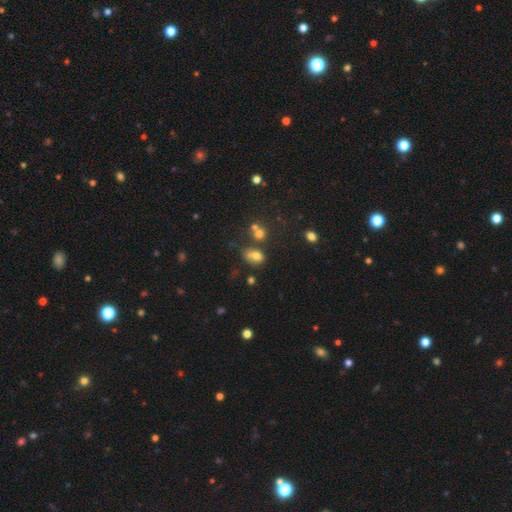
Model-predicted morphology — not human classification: Smooth or featured?
  - smooth: 71% *
  - star or artifact: 15%
  - featured or disk: 14%
How rounded?
  - in between: 67% *
  - round: 31%
  - cigar-shaped: 2%
Merging?
  - none: 42% *
  - merger: 26%
  - minor disturbance: 21%
  - major disturbance: 11%